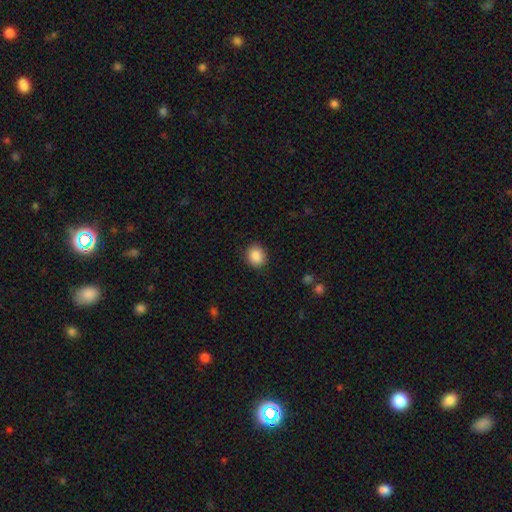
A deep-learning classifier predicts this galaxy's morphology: This appears to be a smooth galaxy with no disk features (88%) that is round (77%). Merging: none (88%).